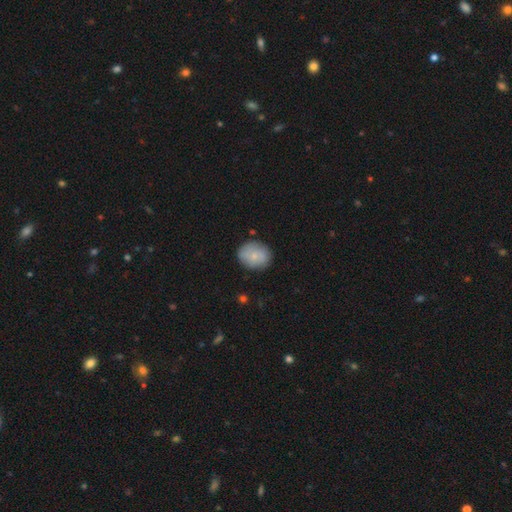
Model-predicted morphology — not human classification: Smooth or featured: smooth — 74% (featured or disk — 19%)
How rounded: round — 67% (in between — 32%)
Merging: none — 81% (minor disturbance — 14%)